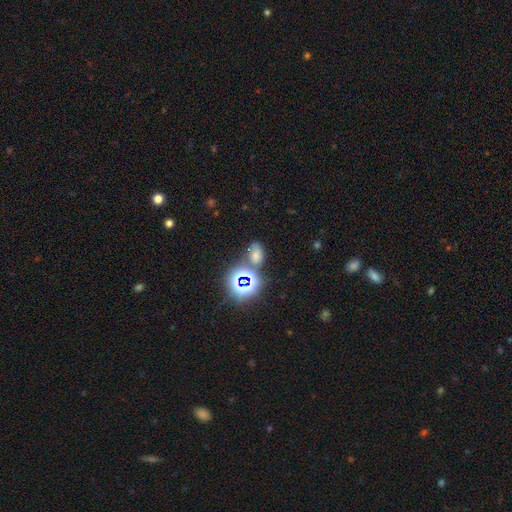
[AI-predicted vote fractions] Smooth or featured?
  - smooth: 55% *
  - star or artifact: 34%
  - featured or disk: 10%
How rounded?
  - in between: 76% *
  - round: 22%
  - cigar-shaped: 2%
Merging?
  - none: 59% *
  - merger: 18%
  - minor disturbance: 15%
  - major disturbance: 7%